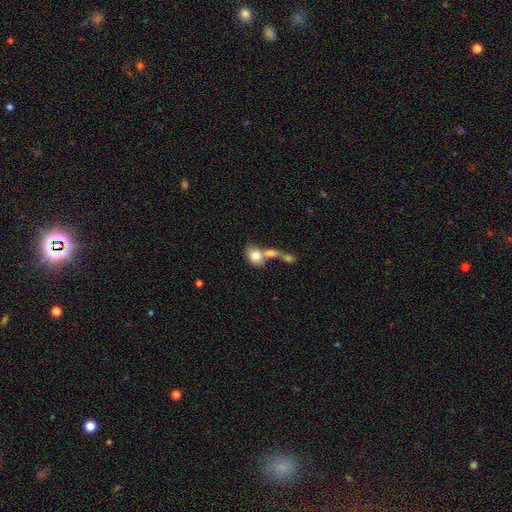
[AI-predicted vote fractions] smooth-or-featured: smooth: 78% | featured or disk: 14% | star or artifact: 8%
  how-rounded: in between: 66% | round: 31% | cigar-shaped: 2%
  merging: merger: 58% | none: 26% | minor disturbance: 9% | major disturbance: 7%